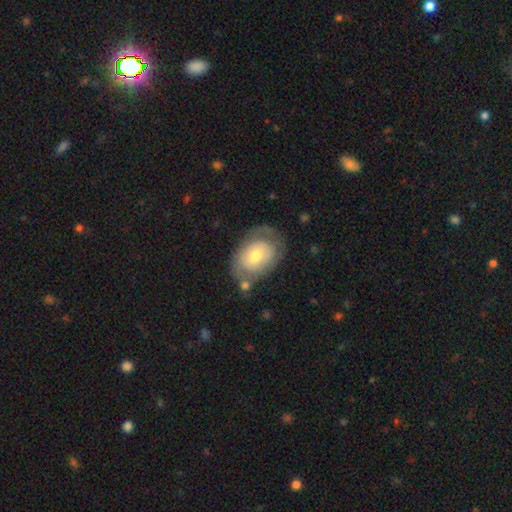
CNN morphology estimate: featured or disk 50%, smooth 44%, star or artifact 6%. Down the decision tree: edge-on disk — no (94%); merging — none (56%).